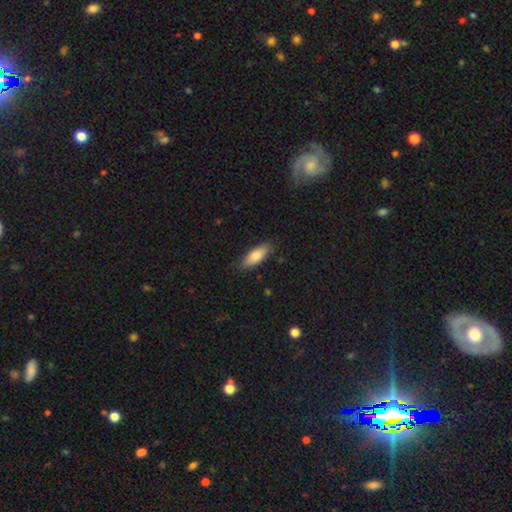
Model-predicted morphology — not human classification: Smooth or featured: smooth — 79% (featured or disk — 15%)
How rounded: in between — 72% (cigar-shaped — 26%)
Merging: none — 83% (minor disturbance — 14%)